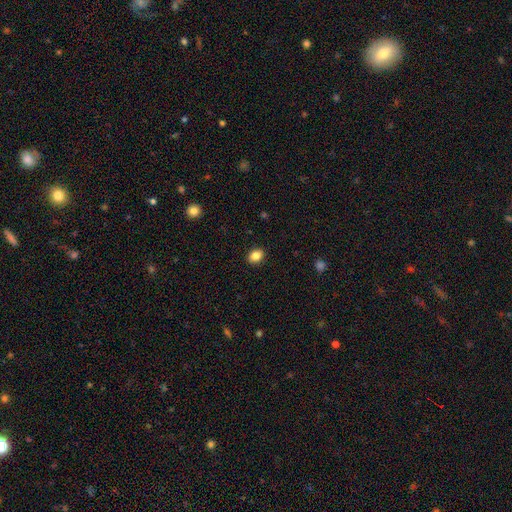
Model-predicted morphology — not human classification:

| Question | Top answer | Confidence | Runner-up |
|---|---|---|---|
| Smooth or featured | smooth | 86% | star or artifact (9%) |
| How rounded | in between | 65% | round (34%) |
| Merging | none | 91% | minor disturbance (6%) |